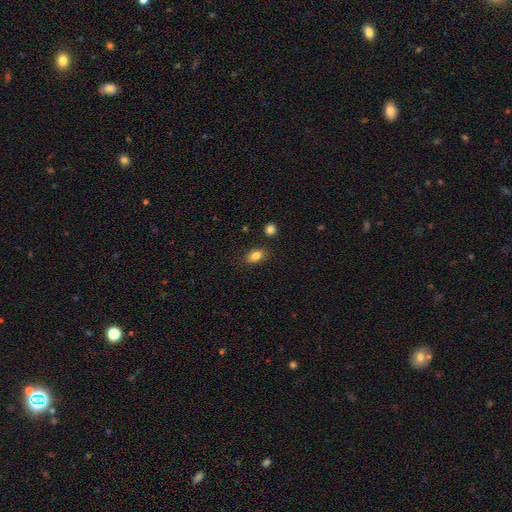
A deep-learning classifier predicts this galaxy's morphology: Q: Smooth or featured?
A: smooth (83%); runner-up: star or artifact (9%)
Q: How rounded?
A: in between (82%); runner-up: round (15%)
Q: Merging?
A: none (83%); runner-up: minor disturbance (11%)